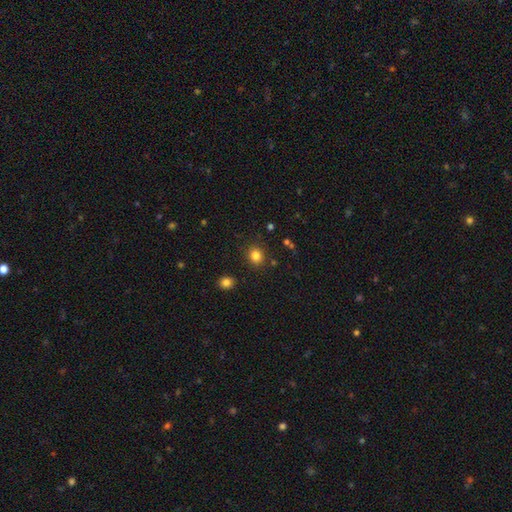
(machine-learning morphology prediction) type=smooth (83%); roundness=round (77%); merging=none (87%).